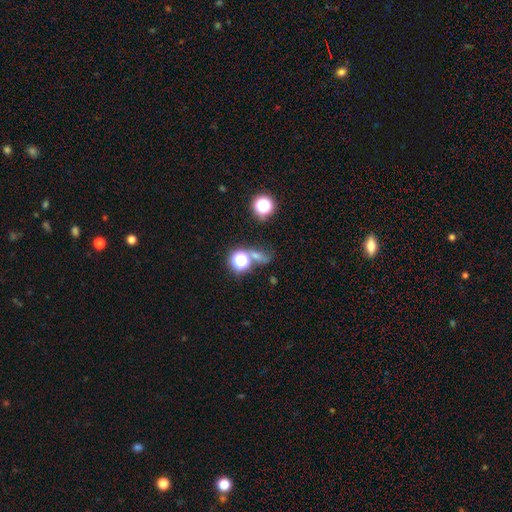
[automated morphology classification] This is possibly a smooth galaxy (47%). Merging: possibly none (58%).